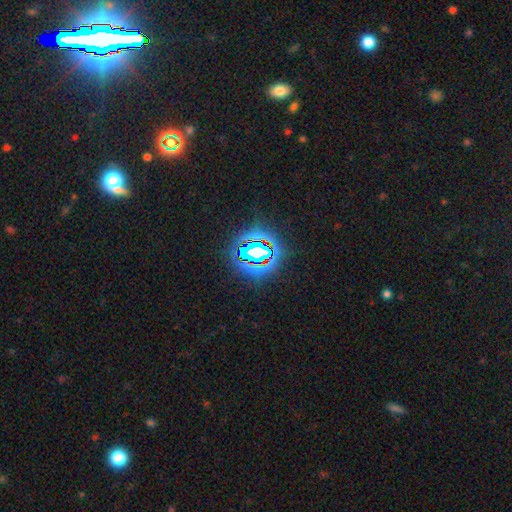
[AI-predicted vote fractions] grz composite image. It shows a star or artifact, not a galaxy (69%).